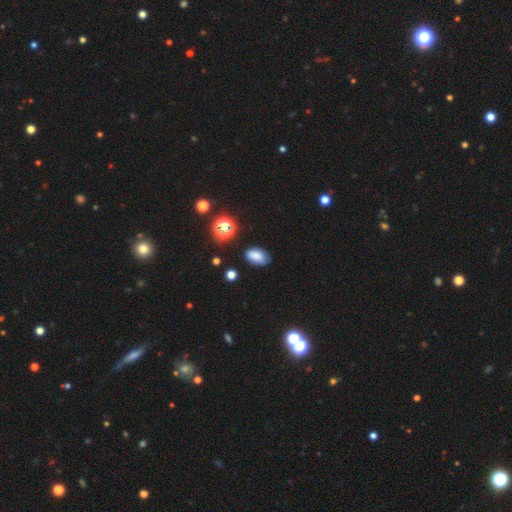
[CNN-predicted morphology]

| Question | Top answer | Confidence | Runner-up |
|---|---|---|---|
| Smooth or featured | smooth | 79% | star or artifact (13%) |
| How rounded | in between | 90% | round (9%) |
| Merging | none | 74% | minor disturbance (20%) |